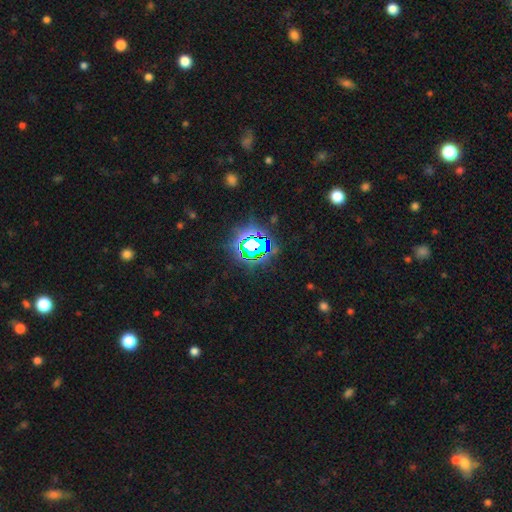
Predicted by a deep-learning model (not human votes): star or artifact 78%, smooth 14%, featured or disk 8%.